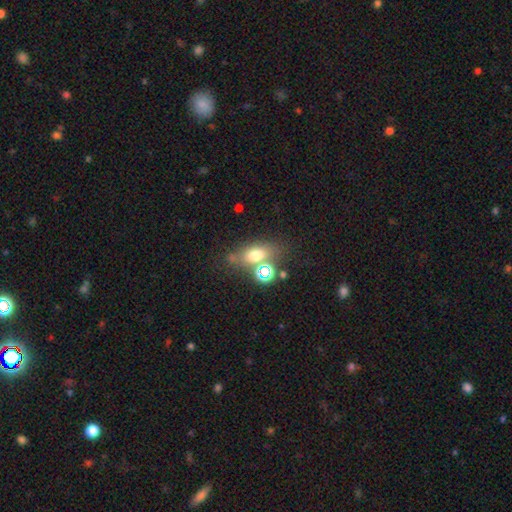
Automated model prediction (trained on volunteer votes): The model was most divided on "how rounded": in between: 65%, round: 28%, cigar-shaped: 7%. More confident: smooth or featured — smooth (63%); merging — none (61%).